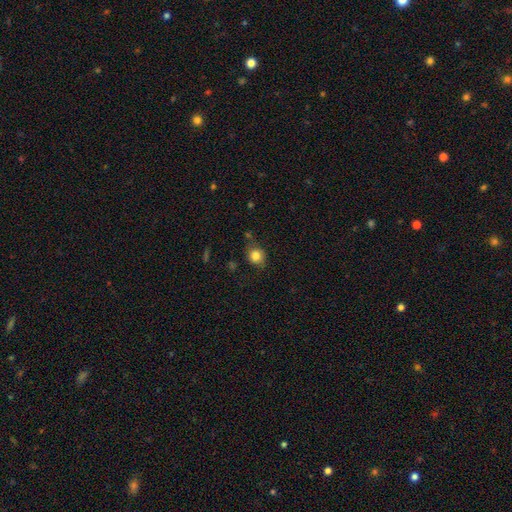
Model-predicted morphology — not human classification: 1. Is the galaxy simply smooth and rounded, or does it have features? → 82% smooth, 11% star or artifact, 8% featured or disk.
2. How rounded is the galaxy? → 74% round, 25% in between, 1% cigar-shaped.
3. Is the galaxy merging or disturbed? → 70% none, 21% minor disturbance, 6% major disturbance, 4% merger.